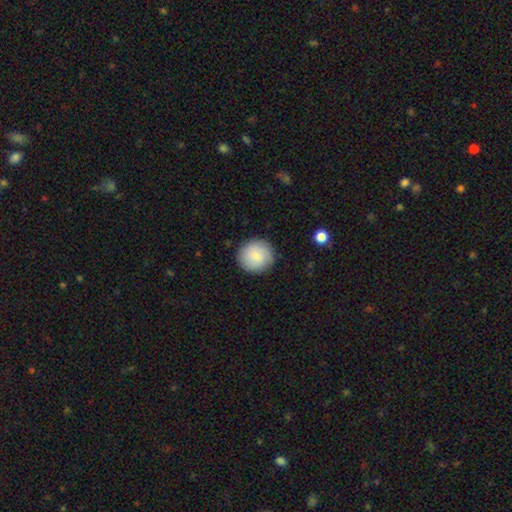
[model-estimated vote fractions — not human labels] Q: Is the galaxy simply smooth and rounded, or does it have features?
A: smooth — 82%.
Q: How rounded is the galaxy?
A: round — 92%.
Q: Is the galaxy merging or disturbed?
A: none — 88%.